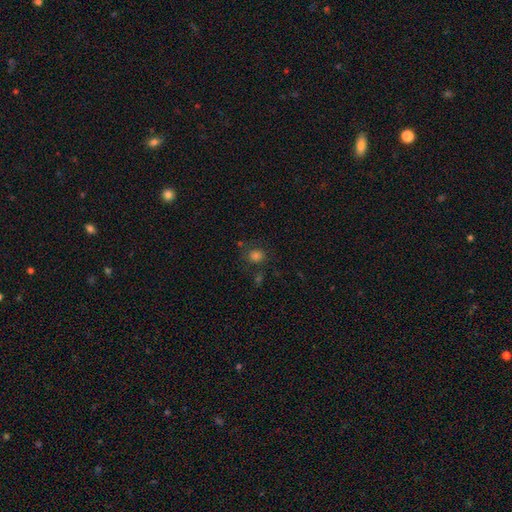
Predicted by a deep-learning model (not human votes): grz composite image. It shows a smooth galaxy with no disk features (73%) that is round (69%). Merging: none (75%).